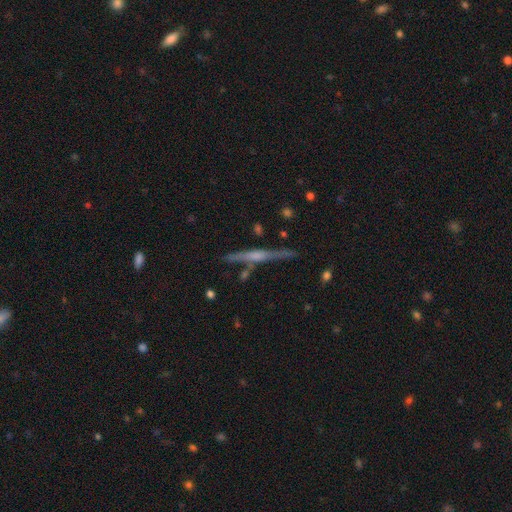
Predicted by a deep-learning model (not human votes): A featured or disk galaxy (73%) viewed edge-on (97%) with a rounded central bulge (63%).

Vote fractions:
- Smooth or featured? featured or disk: 73% / smooth: 20% / star or artifact: 7%
- Edge-on disk? yes: 97% / no: 3%
- Edge-on bulge? rounded: 63% / none: 23% / boxy: 14%
- Merging? none: 83% / minor disturbance: 10% / merger: 4% / major disturbance: 2%